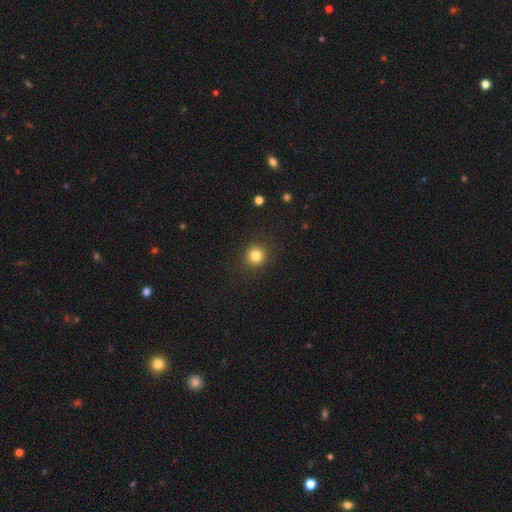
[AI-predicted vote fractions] smooth 82%, star or artifact 12%, featured or disk 6%. Down the decision tree: how rounded — round (92%); merging — none (90%).